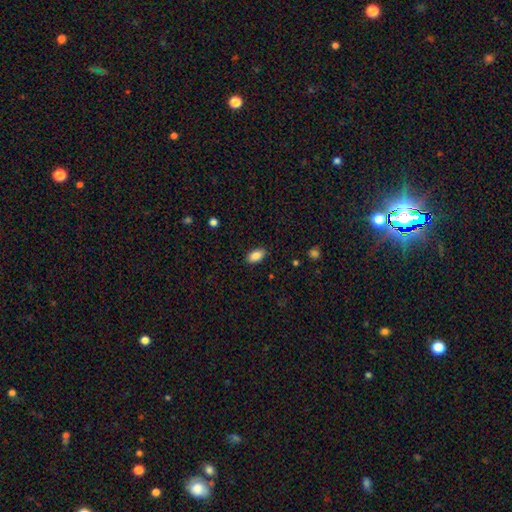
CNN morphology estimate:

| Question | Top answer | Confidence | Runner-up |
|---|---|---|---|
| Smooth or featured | smooth | 87% | star or artifact (8%) |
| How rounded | in between | 92% | cigar-shaped (4%) |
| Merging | none | 86% | minor disturbance (10%) |